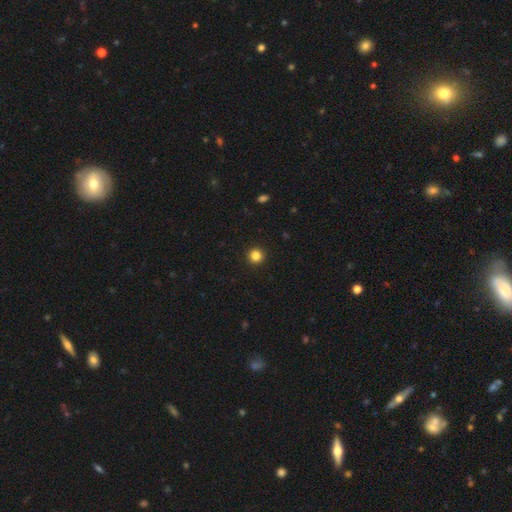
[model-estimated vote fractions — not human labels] This appears to be a smooth galaxy with no disk features (84%) that is round (96%). Merging: none (94%).